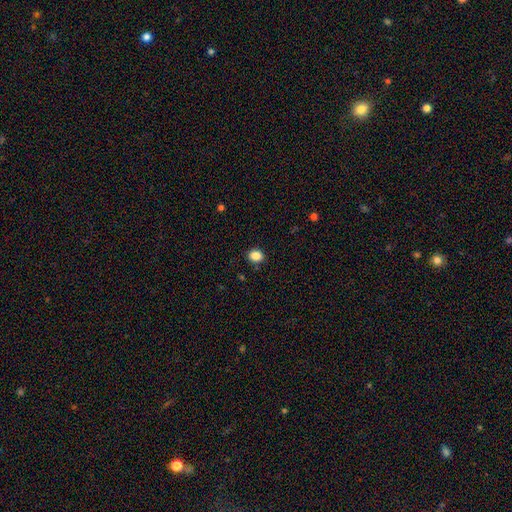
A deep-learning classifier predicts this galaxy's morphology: This appears to be a smooth galaxy with no disk features (87%) that is round (54%). Merging: none (89%).